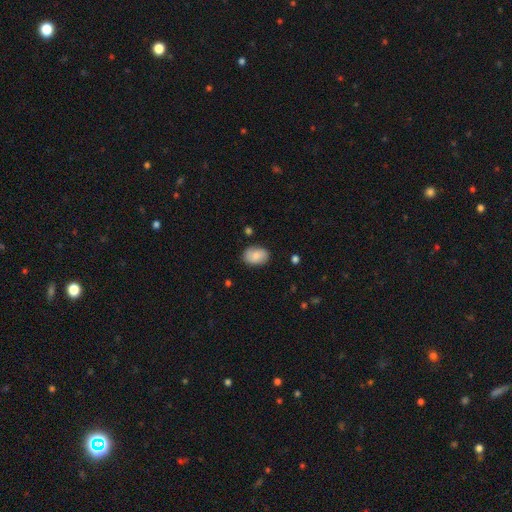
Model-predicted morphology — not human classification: smooth_or_featured: smooth (p=0.78) [alt: featured or disk p=0.14]
how_rounded: in between (p=0.80) [alt: round p=0.19]
merging: none (p=0.82) [alt: minor disturbance p=0.14]